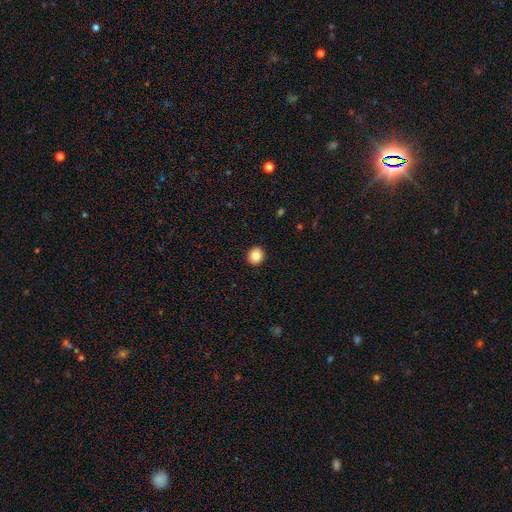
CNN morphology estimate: A smooth galaxy with no disk features (85%) that is round (85%).

Vote fractions:
- Smooth or featured? smooth: 85% / star or artifact: 9% / featured or disk: 6%
- How rounded? round: 85% / in between: 14% / cigar-shaped: 1%
- Merging? none: 93% / minor disturbance: 5% / major disturbance: 2% / merger: 1%